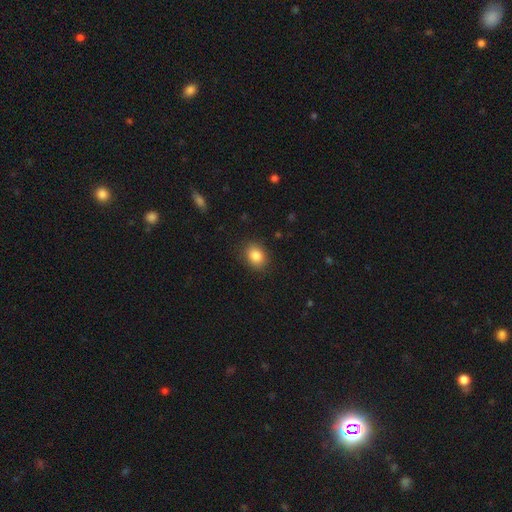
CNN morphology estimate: Q: Smooth or featured?
A: smooth (85%); runner-up: star or artifact (9%)
Q: How rounded?
A: in between (57%); runner-up: round (42%)
Q: Merging?
A: none (85%); runner-up: minor disturbance (11%)